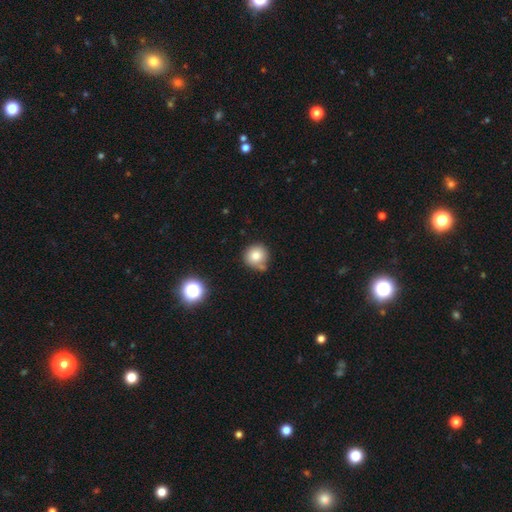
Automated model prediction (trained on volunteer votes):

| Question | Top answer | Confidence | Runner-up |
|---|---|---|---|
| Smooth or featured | smooth | 81% | star or artifact (11%) |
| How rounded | round | 92% | in between (7%) |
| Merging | none | 65% | minor disturbance (18%) |